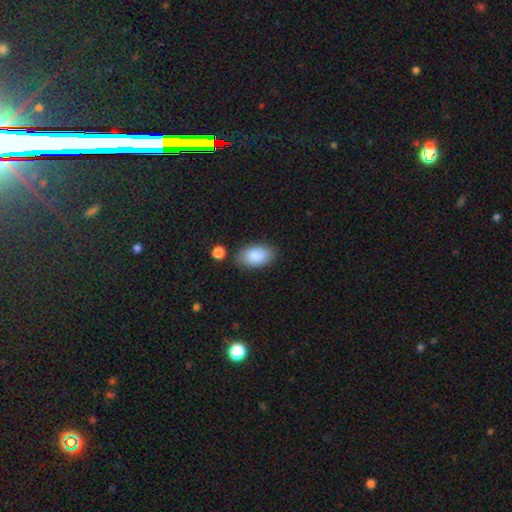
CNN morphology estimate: This appears to be a smooth galaxy with no disk features (88%) that is in between round and cigar-shaped (93%). Merging: none (79%).